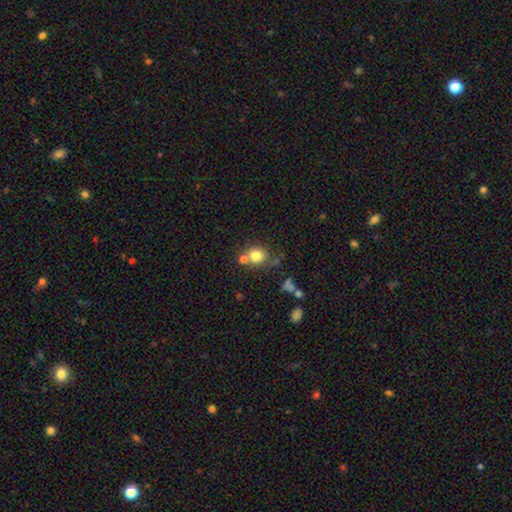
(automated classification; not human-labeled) Smooth or featured? smooth (78%)
How rounded? round (82%)
Merging? none (55%)